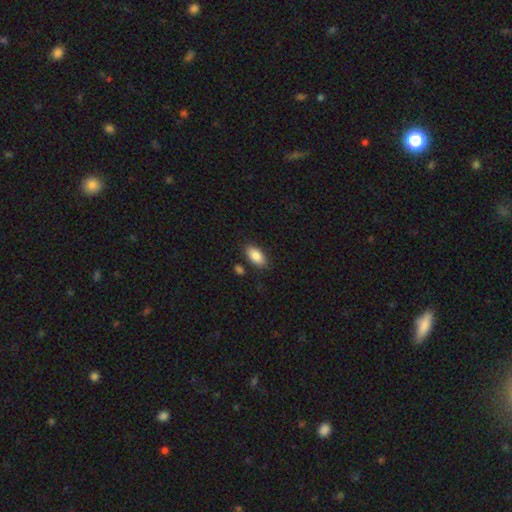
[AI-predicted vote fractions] Smooth or featured: smooth — 87% (star or artifact — 7%)
How rounded: in between — 92% (cigar-shaped — 5%)
Merging: none — 82% (minor disturbance — 11%)